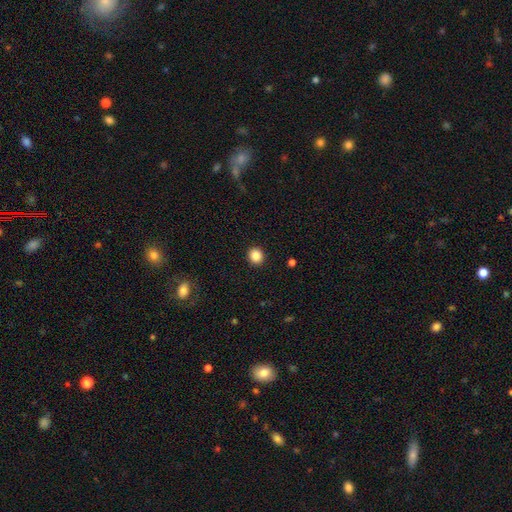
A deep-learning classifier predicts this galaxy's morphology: type=smooth (87%); roundness=round (87%); merging=none (92%).